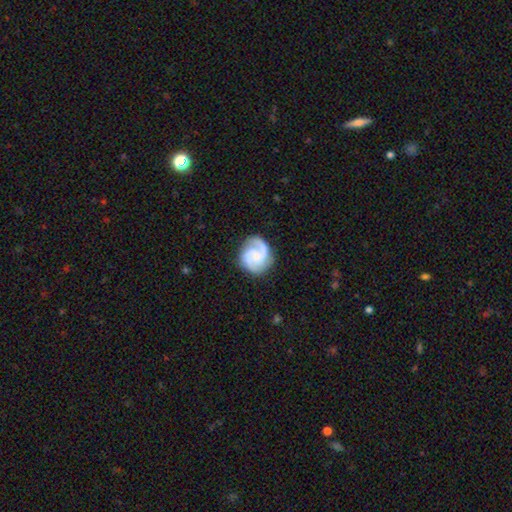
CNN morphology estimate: Overall: featured or disk (86%). Edge-on disk: no (98%). Bar: no (58%; weak 36%). Spiral arms: yes (98%). Spiral arm count: 2 (76%). Spiral winding: medium (51%; tight 36%). Bulge size: small (57%; moderate 21%). Merging: none (81%).